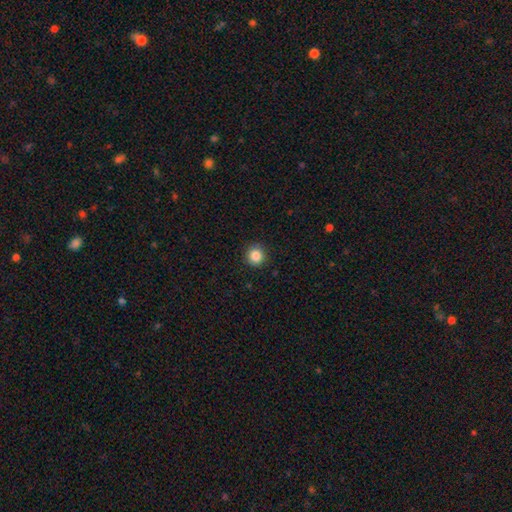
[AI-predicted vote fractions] Smooth or featured: smooth — 85% (star or artifact — 10%)
How rounded: round — 94% (in between — 5%)
Merging: none — 92% (minor disturbance — 6%)